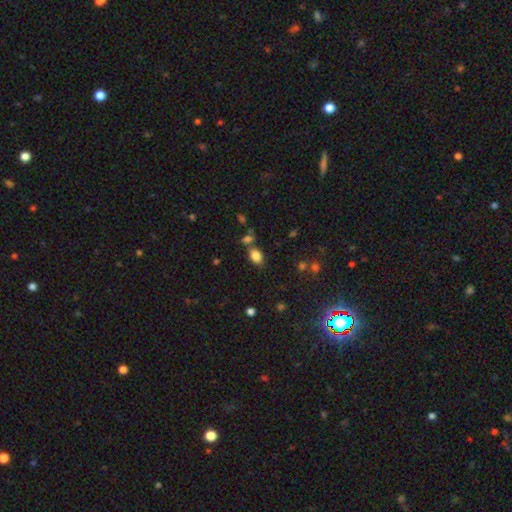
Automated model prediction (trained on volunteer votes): Overall: smooth (83%). How rounded: in between (85%). Merging: none (65%).